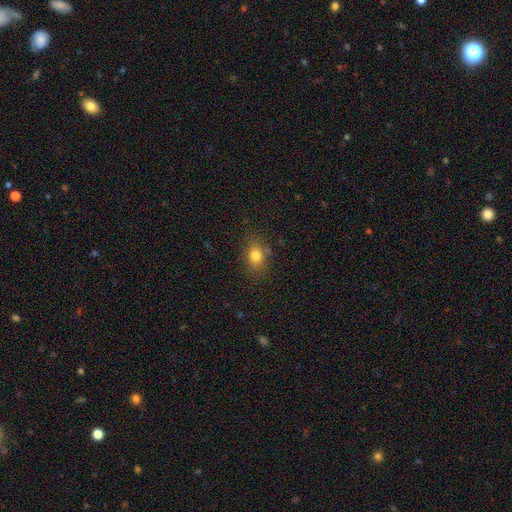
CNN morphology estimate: This is likely a smooth galaxy (80%). How rounded: possibly in between (59%). Merging: likely none (80%).